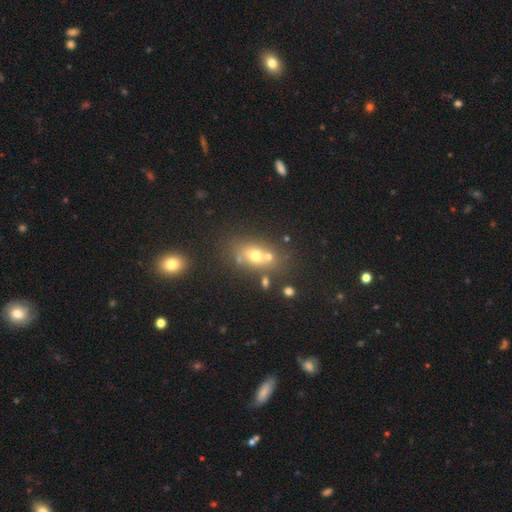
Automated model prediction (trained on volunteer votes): A smooth galaxy with no disk features (62%) that is in between round and cigar-shaped (61%). Merging: none (51%).